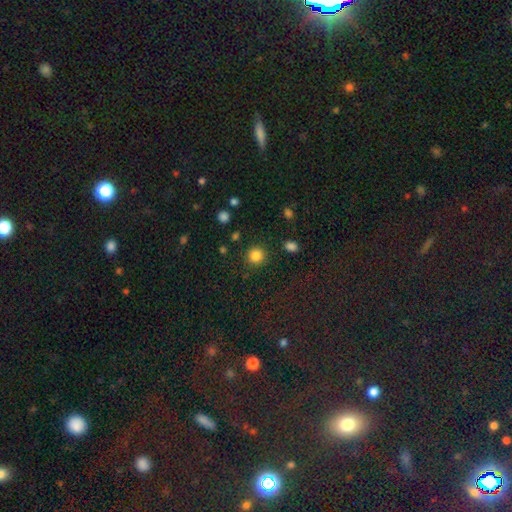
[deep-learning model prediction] Q: Smooth or featured?
A: smooth (84%); runner-up: star or artifact (11%)
Q: How rounded?
A: round (92%); runner-up: in between (7%)
Q: Merging?
A: none (89%); runner-up: minor disturbance (6%)